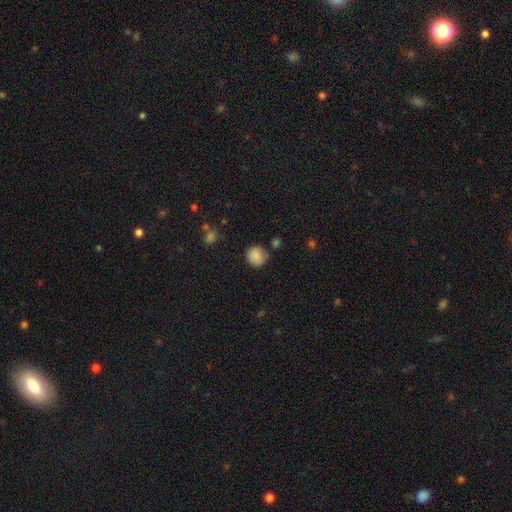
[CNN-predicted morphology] Q: Smooth or featured?
A: smooth (85%); runner-up: star or artifact (9%)
Q: How rounded?
A: round (88%); runner-up: in between (11%)
Q: Merging?
A: none (76%); runner-up: minor disturbance (17%)